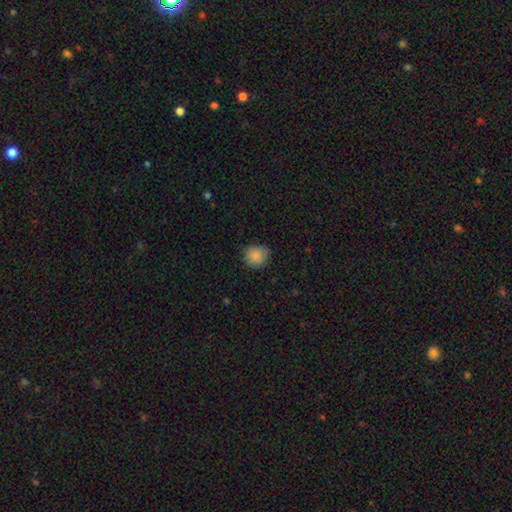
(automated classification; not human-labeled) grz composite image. It shows a smooth galaxy with no disk features (86%) that is round (87%). Merging: none (80%).